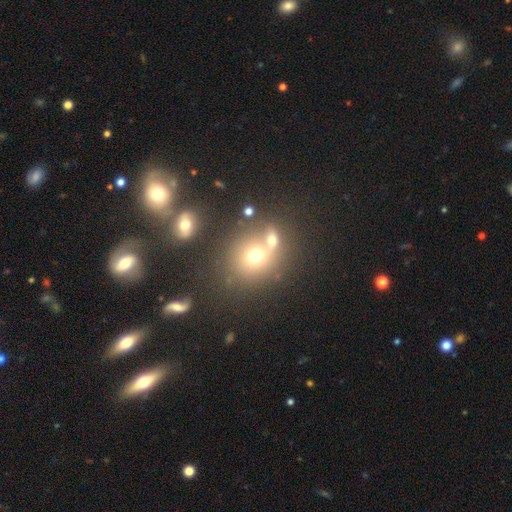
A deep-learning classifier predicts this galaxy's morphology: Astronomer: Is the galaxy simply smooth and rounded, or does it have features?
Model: smooth — 65%.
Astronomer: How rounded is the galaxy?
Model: round — 72%.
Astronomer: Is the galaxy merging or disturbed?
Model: none — 44% (runner-up: merger, 40%).